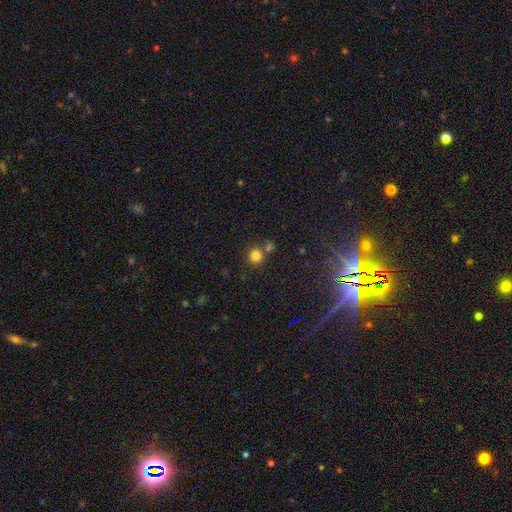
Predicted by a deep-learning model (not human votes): Overall: smooth (81%). How rounded: round (91%). Merging: none (72%).